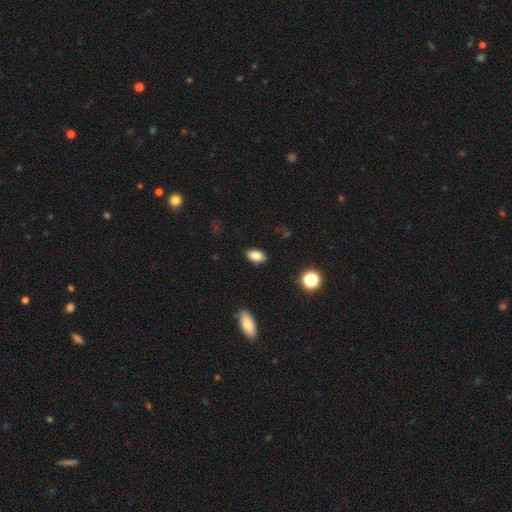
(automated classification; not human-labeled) smooth-or-featured: smooth: 82% | star or artifact: 9% | featured or disk: 9%
  how-rounded: in between: 90% | round: 6% | cigar-shaped: 4%
  merging: none: 86% | minor disturbance: 10% | major disturbance: 2% | merger: 1%